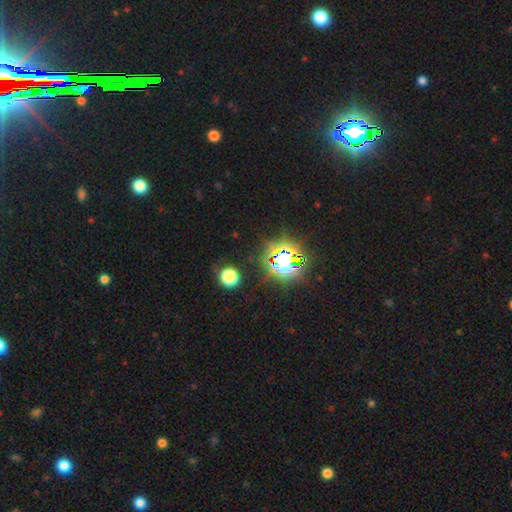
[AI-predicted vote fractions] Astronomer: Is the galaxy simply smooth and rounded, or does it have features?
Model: star or artifact — 81%.